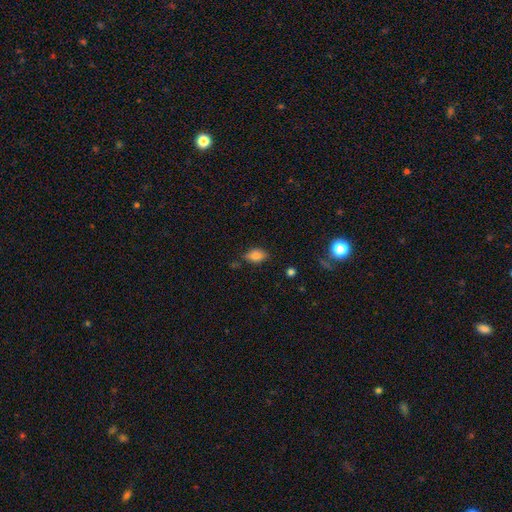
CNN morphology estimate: The model was most divided on "merging": none: 70%, minor disturbance: 22%, major disturbance: 5%, merger: 3%. More confident: how rounded — in between (87%); smooth or featured — smooth (83%).